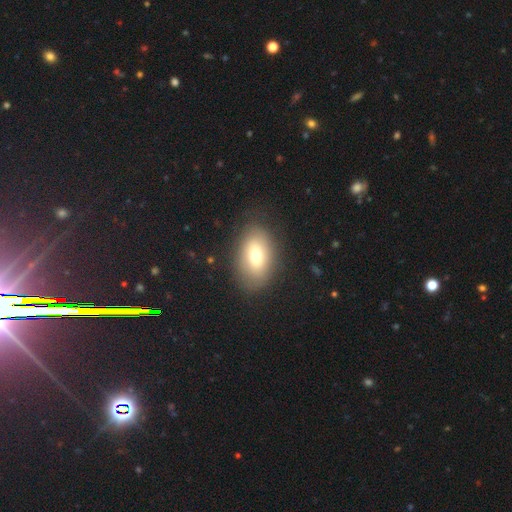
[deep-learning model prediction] Q: Smooth or featured?
A: smooth (70%); runner-up: featured or disk (21%)
Q: How rounded?
A: in between (87%); runner-up: round (11%)
Q: Merging?
A: none (83%); runner-up: minor disturbance (12%)